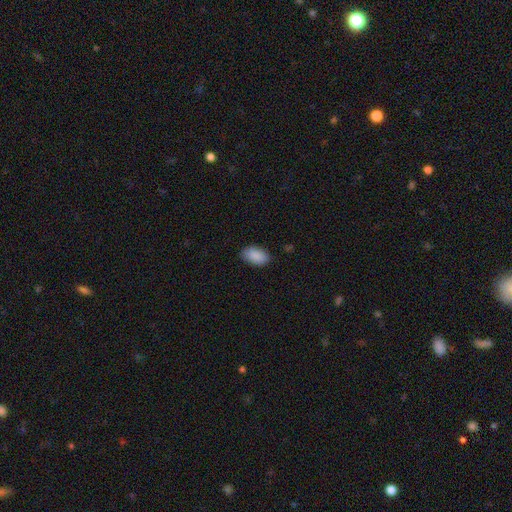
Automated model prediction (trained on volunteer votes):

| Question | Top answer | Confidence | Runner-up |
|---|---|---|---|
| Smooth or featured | smooth | 90% | star or artifact (6%) |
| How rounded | in between | 94% | round (4%) |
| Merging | none | 86% | minor disturbance (11%) |